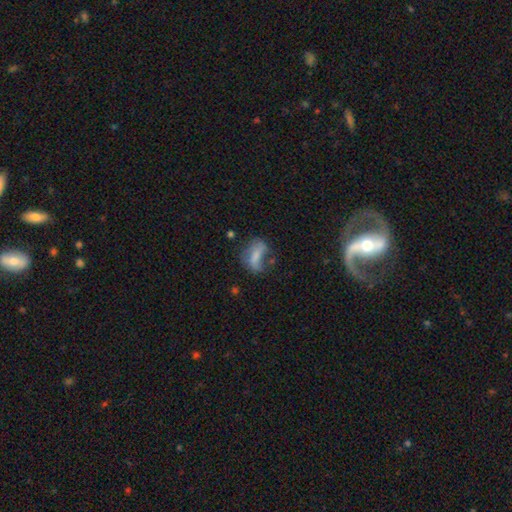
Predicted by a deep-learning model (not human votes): Smooth or featured: smooth — 52% (featured or disk — 36%)
How rounded: in between — 78% (round — 12%)
Merging: none — 34% (major disturbance — 33%)